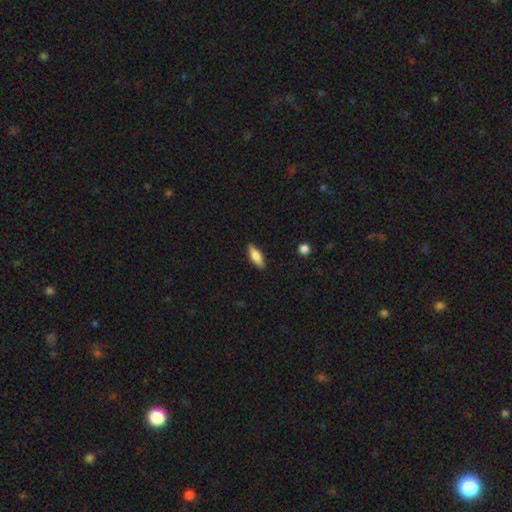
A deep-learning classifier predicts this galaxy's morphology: Smooth or featured?
  - smooth: 75% *
  - featured or disk: 18%
  - star or artifact: 7%
How rounded?
  - in between: 66% *
  - cigar-shaped: 31%
  - round: 3%
Merging?
  - none: 86% *
  - minor disturbance: 11%
  - major disturbance: 2%
  - merger: 1%